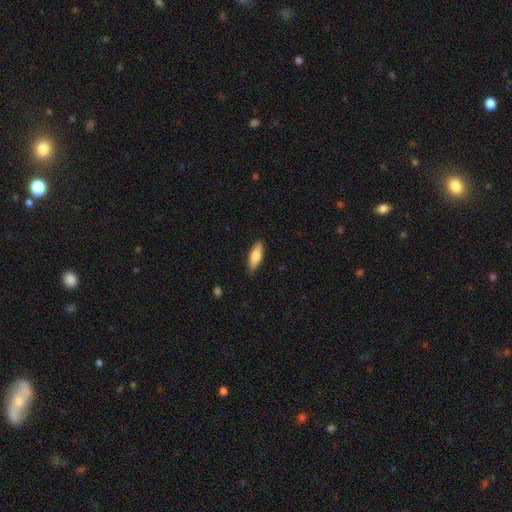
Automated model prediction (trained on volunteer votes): smooth_or_featured: smooth (p=0.80) [alt: featured or disk p=0.15]
how_rounded: in between (p=0.58) [alt: cigar-shaped p=0.40]
merging: none (p=0.85) [alt: minor disturbance p=0.12]